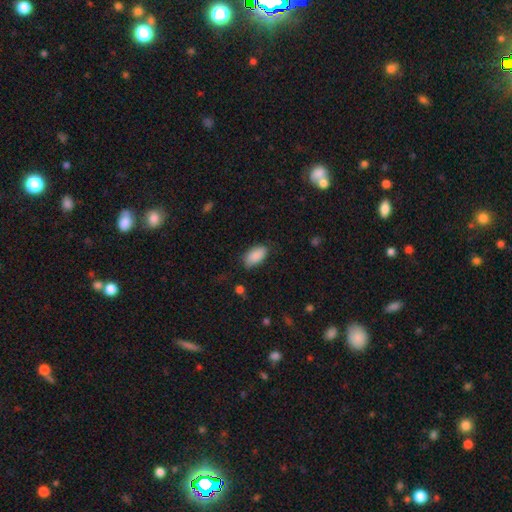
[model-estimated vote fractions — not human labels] Q: Smooth or featured?
A: smooth (88%); runner-up: star or artifact (7%)
Q: How rounded?
A: in between (94%); runner-up: round (3%)
Q: Merging?
A: none (77%); runner-up: minor disturbance (17%)